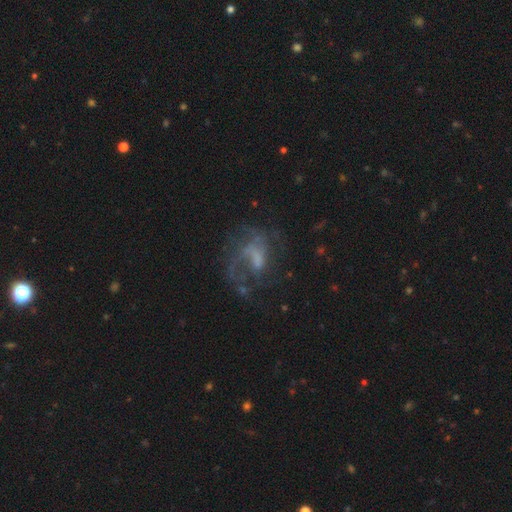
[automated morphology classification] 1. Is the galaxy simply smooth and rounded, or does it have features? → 69% featured or disk, 18% smooth, 13% star or artifact.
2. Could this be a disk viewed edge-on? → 97% no, 3% yes.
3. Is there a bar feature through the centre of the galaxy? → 47% no, 41% weak, 11% strong.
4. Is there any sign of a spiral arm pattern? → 75% yes, 25% no.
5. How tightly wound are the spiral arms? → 45% loose, 38% medium, 17% tight.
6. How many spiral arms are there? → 43% 1, 23% 2, 21% can't tell, 7% 3, 3% 4, 3% more than 4.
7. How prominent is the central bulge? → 40% none, 26% moderate, 25% small, 7% large, 2% dominant.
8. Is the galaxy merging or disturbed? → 44% none, 36% major disturbance, 16% minor disturbance, 4% merger.